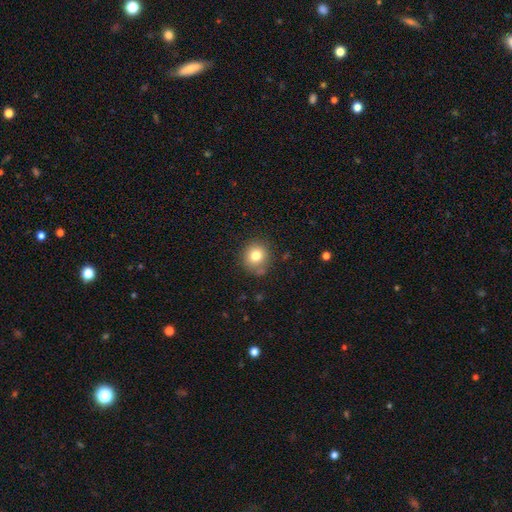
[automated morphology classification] smooth-or-featured: smooth: 78% | star or artifact: 12% | featured or disk: 10%
  how-rounded: round: 87% | in between: 12% | cigar-shaped: 1%
  merging: none: 80% | minor disturbance: 12% | major disturbance: 4% | merger: 4%